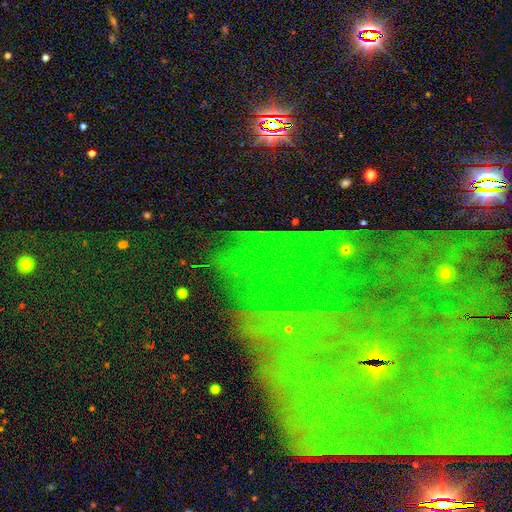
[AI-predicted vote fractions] Smooth or featured? star or artifact (71%)